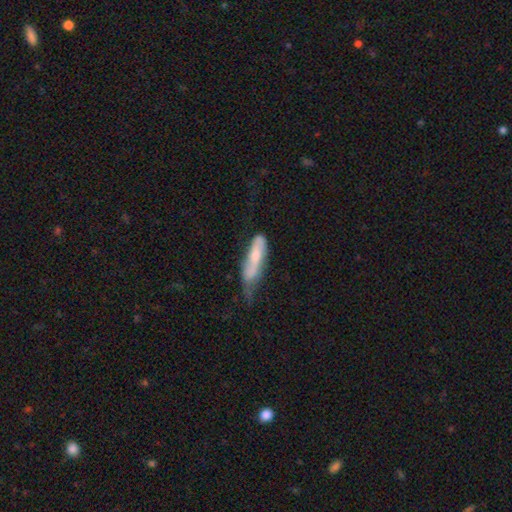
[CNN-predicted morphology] Q: Smooth or featured?
A: smooth (51%); runner-up: featured or disk (43%)
Q: How rounded?
A: cigar-shaped (61%); runner-up: in between (37%)
Q: Merging?
A: minor disturbance (43%); runner-up: none (30%)